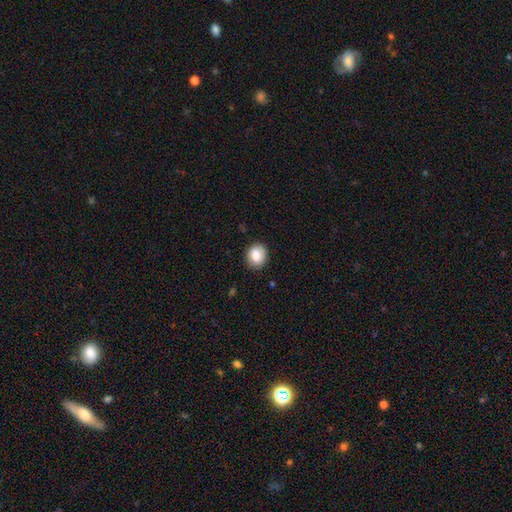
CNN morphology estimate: smooth_or_featured: smooth (p=0.86) [alt: star or artifact p=0.08]
how_rounded: round (p=0.68) [alt: in between p=0.31]
merging: none (p=0.86) [alt: minor disturbance p=0.11]